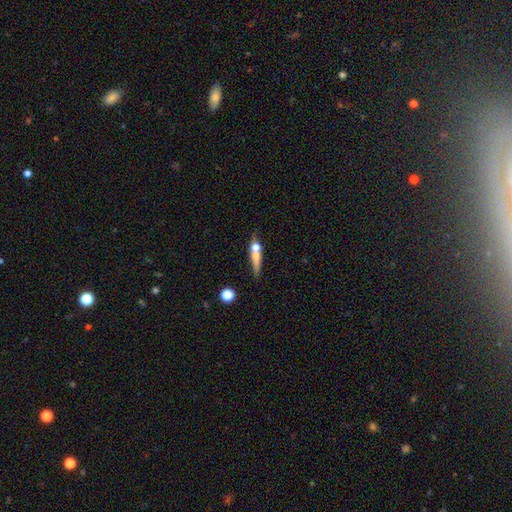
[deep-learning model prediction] smooth_or_featured: smooth (p=0.52) [alt: featured or disk p=0.40]
how_rounded: cigar-shaped (p=0.76) [alt: in between p=0.16]
merging: none (p=0.51) [alt: merger p=0.28]